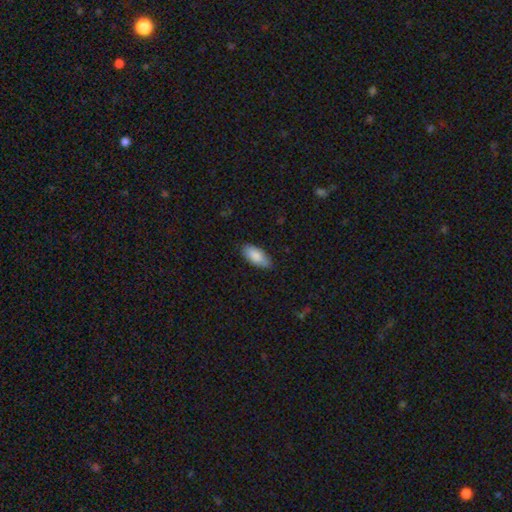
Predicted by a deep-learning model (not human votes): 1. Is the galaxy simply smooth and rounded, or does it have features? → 87% smooth, 7% featured or disk, 6% star or artifact.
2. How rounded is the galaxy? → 89% in between, 9% cigar-shaped, 2% round.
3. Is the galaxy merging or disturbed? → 83% none, 14% minor disturbance, 2% major disturbance, 1% merger.